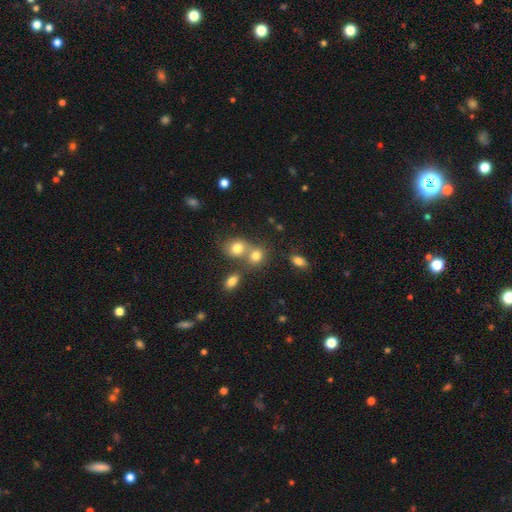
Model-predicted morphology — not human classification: This is likely a smooth galaxy (77%). How rounded: likely round (64%). Merging: marginally none (44%, tied with merger).